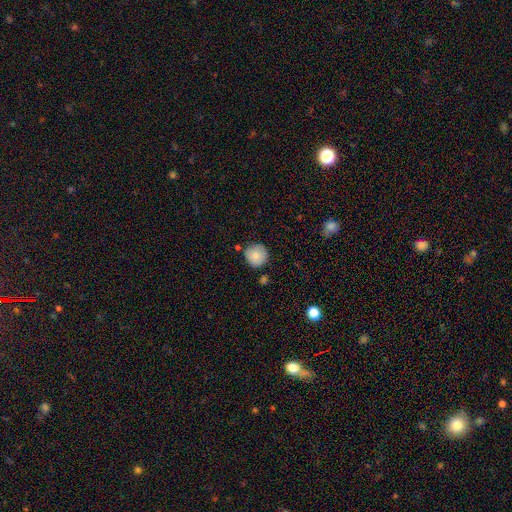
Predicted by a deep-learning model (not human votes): Morphology: type=smooth (83%); roundness=round (93%); merging=none (80%).